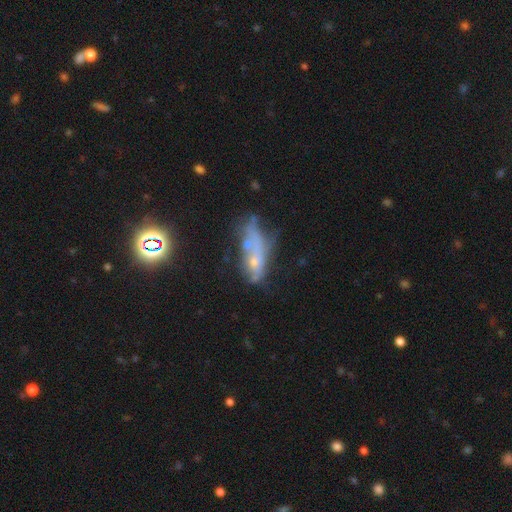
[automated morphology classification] A featured or disk galaxy (44%).

Vote fractions:
- Smooth or featured? featured or disk: 44% / smooth: 35% / star or artifact: 21%
- Merging? none: 31% / major disturbance: 26% / minor disturbance: 23% / merger: 19%